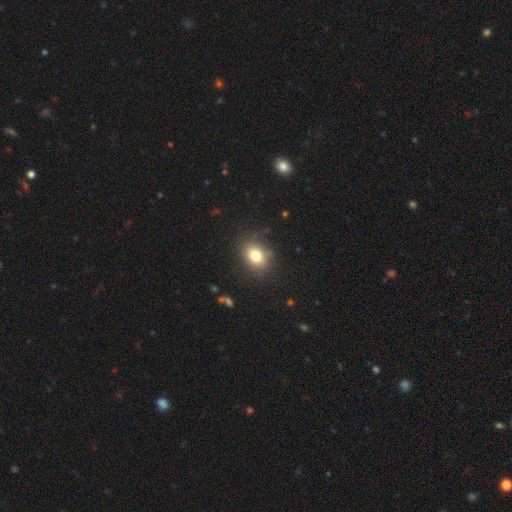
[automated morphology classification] smooth 79%, star or artifact 11%, featured or disk 10%. Down the decision tree: how rounded — in between (62%); merging — none (83%).